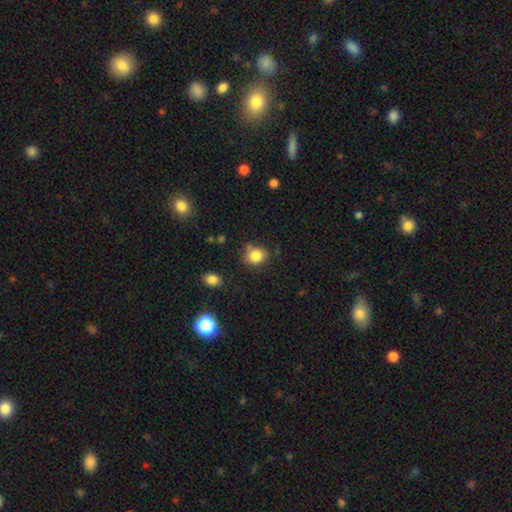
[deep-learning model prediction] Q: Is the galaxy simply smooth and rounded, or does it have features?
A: smooth — 84%.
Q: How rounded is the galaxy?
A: round — 70%.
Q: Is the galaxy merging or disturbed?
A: none — 73%.